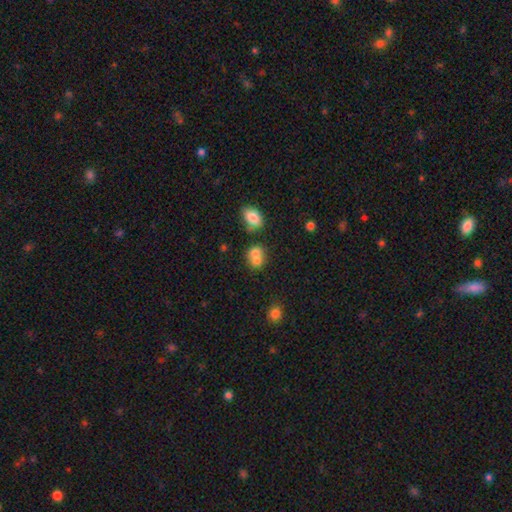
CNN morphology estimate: This is likely a smooth galaxy (74%). How rounded: likely round (62%). Merging: possibly merger (59%).